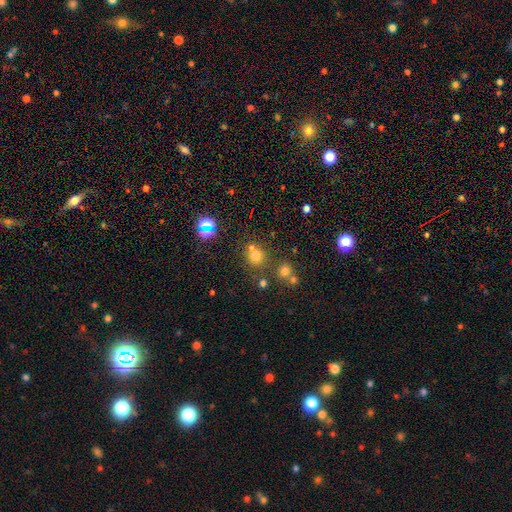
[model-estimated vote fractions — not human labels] This is likely a smooth galaxy (65%). How rounded: clearly round (87%). Merging: likely none (64%).